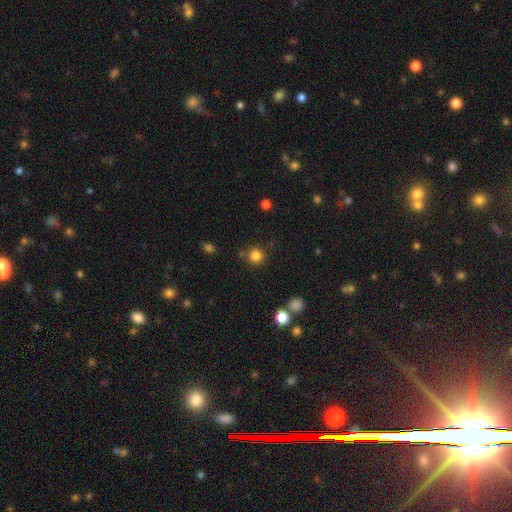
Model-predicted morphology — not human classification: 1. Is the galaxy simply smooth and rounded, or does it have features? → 83% smooth, 13% star or artifact, 4% featured or disk.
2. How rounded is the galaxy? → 91% round, 8% in between, 1% cigar-shaped.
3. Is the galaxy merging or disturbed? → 78% none, 11% minor disturbance, 6% merger, 4% major disturbance.